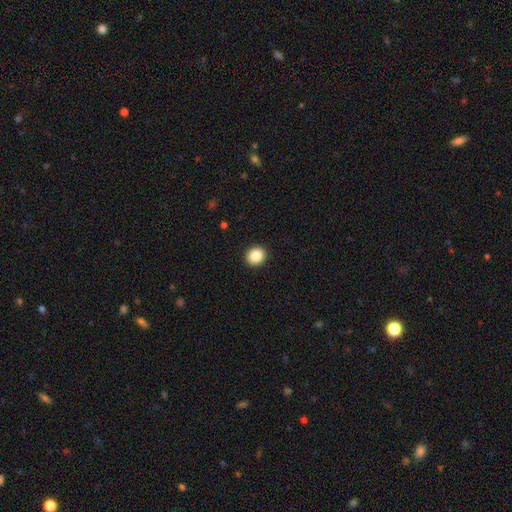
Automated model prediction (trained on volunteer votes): The model was most divided on "how rounded": round: 78%, in between: 21%, cigar-shaped: 1%. More confident: merging — none (93%); smooth or featured — smooth (86%).